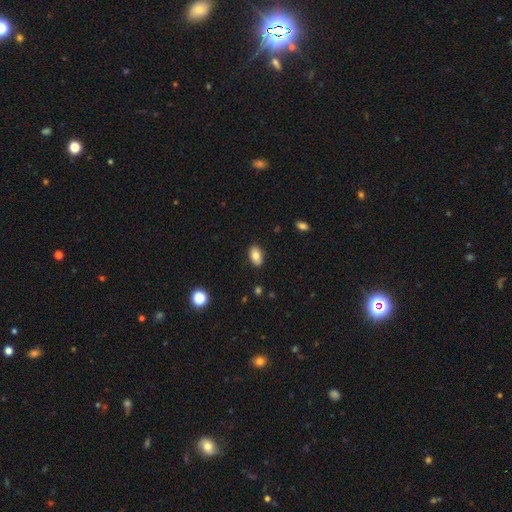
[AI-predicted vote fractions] Smooth or featured? Predicted: smooth (p=0.80). How rounded? Predicted: in between (p=0.91). Merging? Predicted: none (p=0.88).